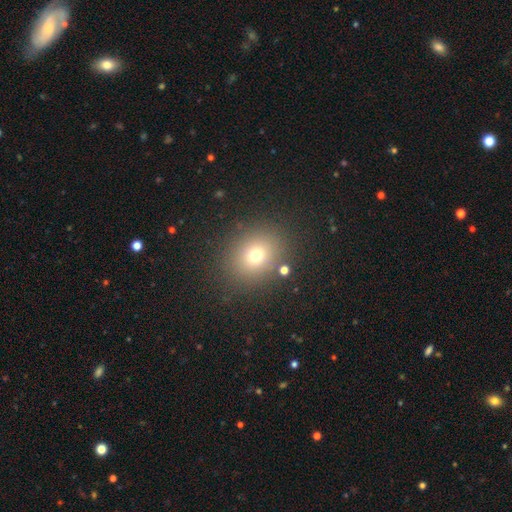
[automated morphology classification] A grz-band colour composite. It shows a smooth galaxy with no disk features (71%) that is round (69%). Merging: none (84%).